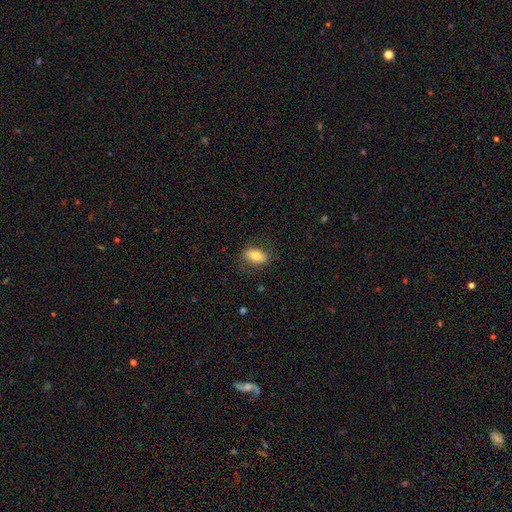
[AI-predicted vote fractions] Smooth or featured: smooth — 73% (featured or disk — 20%)
How rounded: in between — 88% (round — 9%)
Merging: none — 77% (minor disturbance — 16%)